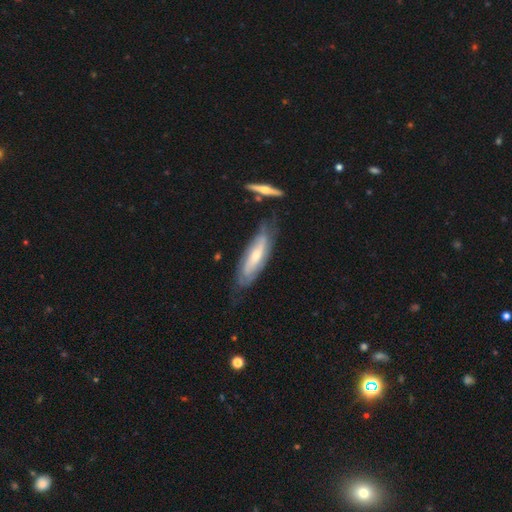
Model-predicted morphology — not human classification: Smooth or featured? featured or disk (64%)
Edge-on disk? no (69%)
Merging? none (63%)